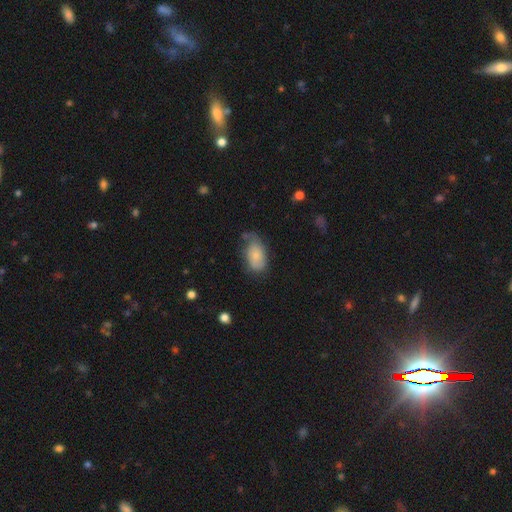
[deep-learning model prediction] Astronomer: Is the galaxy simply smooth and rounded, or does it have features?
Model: smooth — 72%.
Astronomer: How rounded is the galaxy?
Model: in between — 93%.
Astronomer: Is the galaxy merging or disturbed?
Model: none — 41% (runner-up: minor disturbance, 36%).